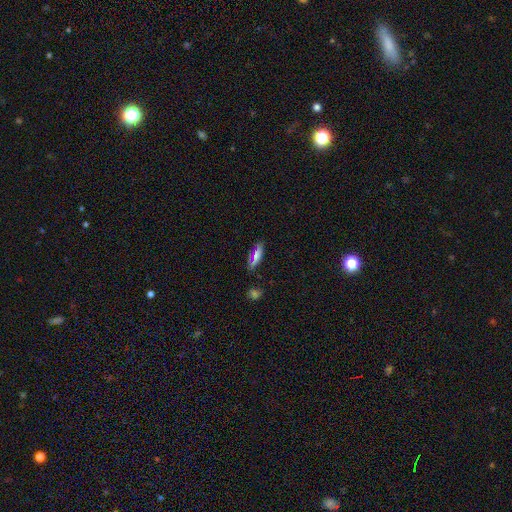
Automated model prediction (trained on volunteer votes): Overall: smooth (64%). How rounded: in between (53%; cigar-shaped 43%). Merging: none (80%).